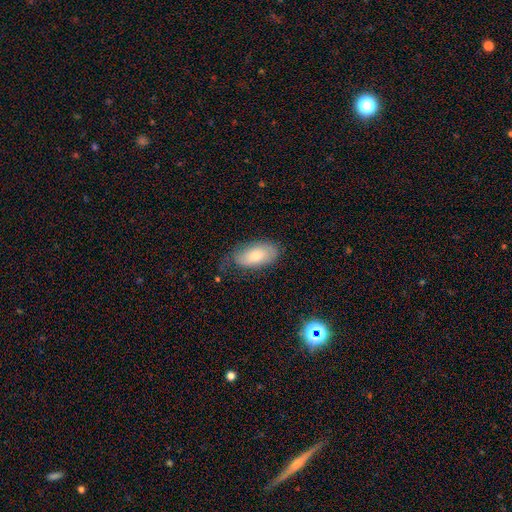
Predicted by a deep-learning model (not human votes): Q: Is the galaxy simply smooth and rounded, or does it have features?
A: smooth — 75%.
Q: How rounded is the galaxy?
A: in between — 94%.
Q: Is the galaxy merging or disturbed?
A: none — 62%.